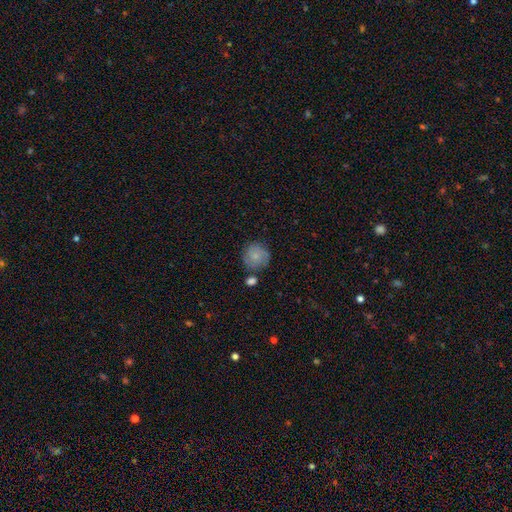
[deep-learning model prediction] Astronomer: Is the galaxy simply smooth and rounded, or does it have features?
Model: smooth — 61%.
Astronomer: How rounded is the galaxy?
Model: round — 90%.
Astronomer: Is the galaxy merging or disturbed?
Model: none — 72%.